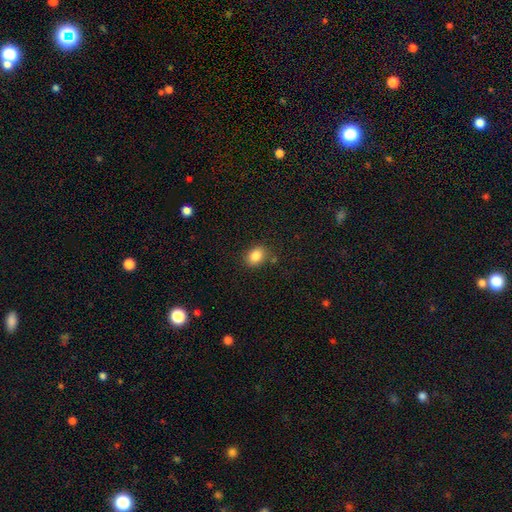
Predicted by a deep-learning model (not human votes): Smooth or featured? Predicted: smooth (p=0.86). How rounded? Predicted: in between (p=0.69). Merging? Predicted: none (p=0.81).